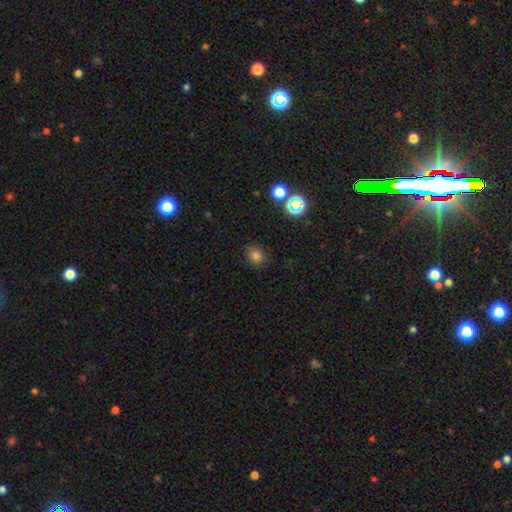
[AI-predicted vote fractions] smooth-or-featured: smooth: 76% | star or artifact: 18% | featured or disk: 6%
  how-rounded: round: 57% | in between: 42% | cigar-shaped: 1%
  merging: none: 85% | minor disturbance: 10% | major disturbance: 3% | merger: 2%